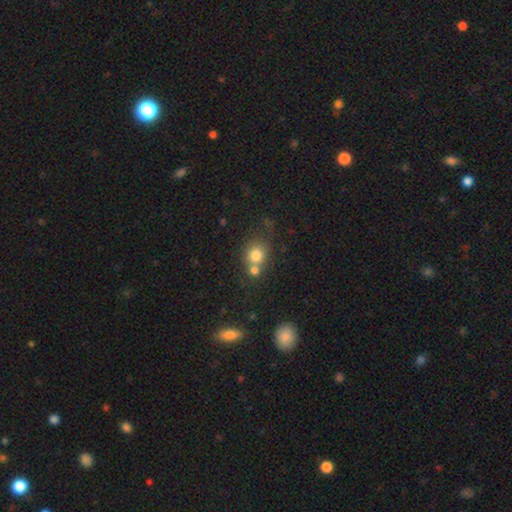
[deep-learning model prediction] Smooth or featured? smooth (78%)
How rounded? round (79%)
Merging? merger (45%)